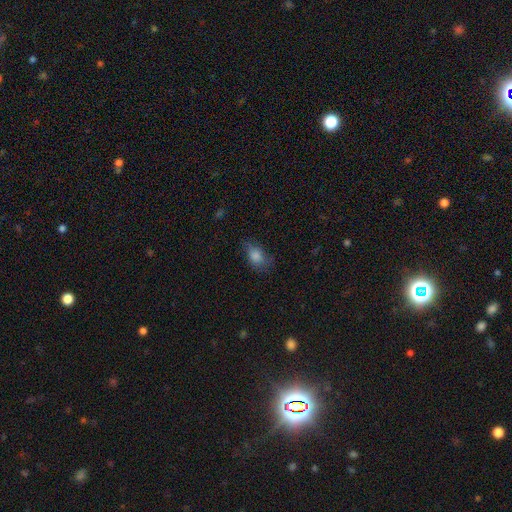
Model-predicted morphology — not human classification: smooth_or_featured: smooth (p=0.78) [alt: featured or disk p=0.11]
how_rounded: in between (p=0.77) [alt: round p=0.20]
merging: none (p=0.61) [alt: minor disturbance p=0.27]